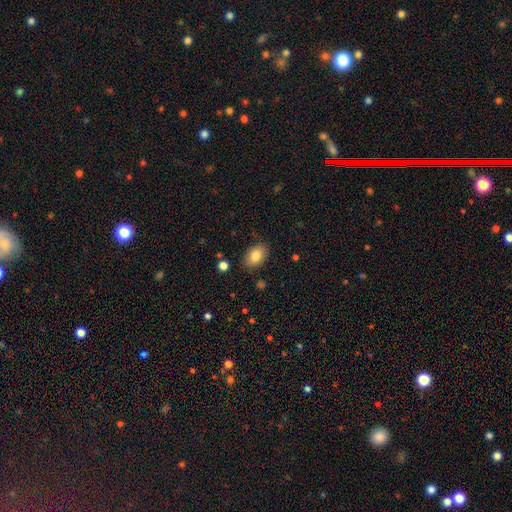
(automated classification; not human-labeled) Smooth or featured? smooth (83%)
How rounded? in between (87%)
Merging? none (85%)